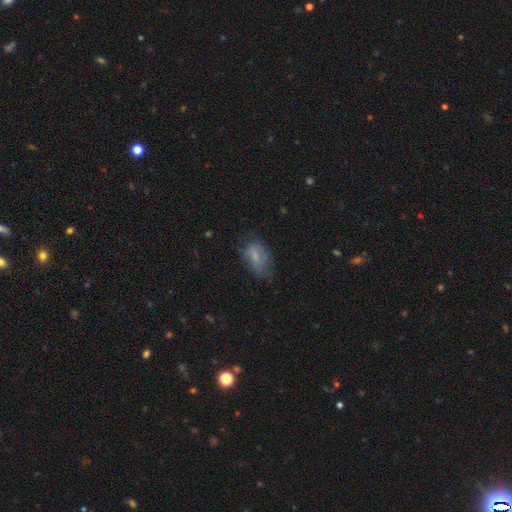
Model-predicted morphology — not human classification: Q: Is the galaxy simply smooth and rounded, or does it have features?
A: smooth — 66%.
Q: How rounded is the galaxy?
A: in between — 88%.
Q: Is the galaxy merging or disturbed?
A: none — 50%.